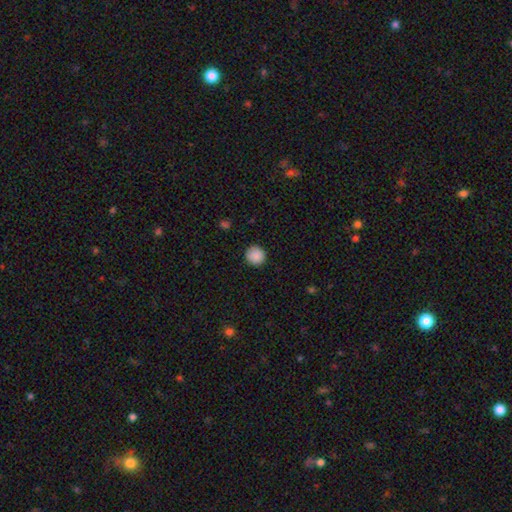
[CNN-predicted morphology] This is clearly a smooth galaxy (89%). How rounded: clearly round (94%). Merging: clearly none (91%).